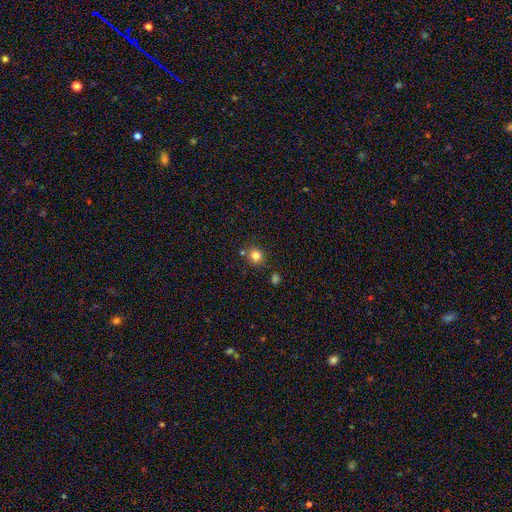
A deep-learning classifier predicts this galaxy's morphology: A smooth galaxy with no disk features (82%) that is round (89%).

Vote fractions:
- Smooth or featured? smooth: 82% / star or artifact: 12% / featured or disk: 6%
- How rounded? round: 89% / in between: 10% / cigar-shaped: 1%
- Merging? none: 77% / minor disturbance: 10% / merger: 10% / major disturbance: 3%